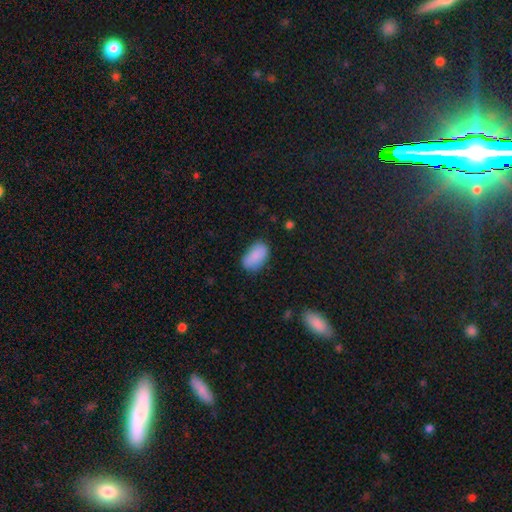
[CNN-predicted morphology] Overall: smooth (86%). How rounded: in between (93%). Merging: none (72%).